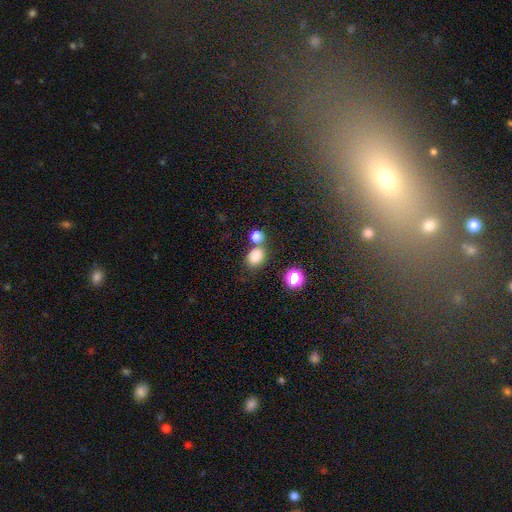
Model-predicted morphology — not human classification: A smooth galaxy with no disk features (83%) that is in between round and cigar-shaped (56%). Merging: none (60%).